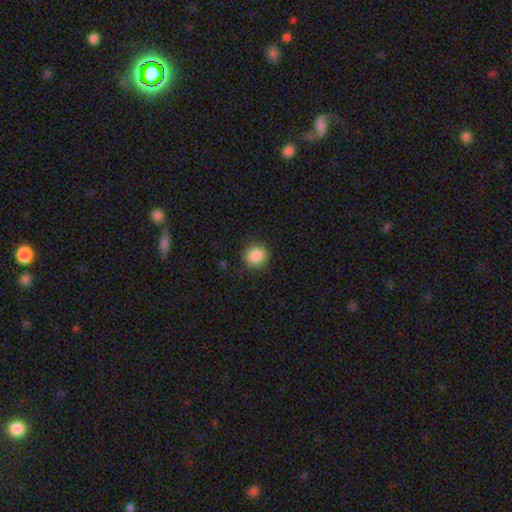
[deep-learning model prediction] Q: Smooth or featured?
A: smooth (88%); runner-up: star or artifact (9%)
Q: How rounded?
A: round (88%); runner-up: in between (11%)
Q: Merging?
A: none (88%); runner-up: minor disturbance (8%)